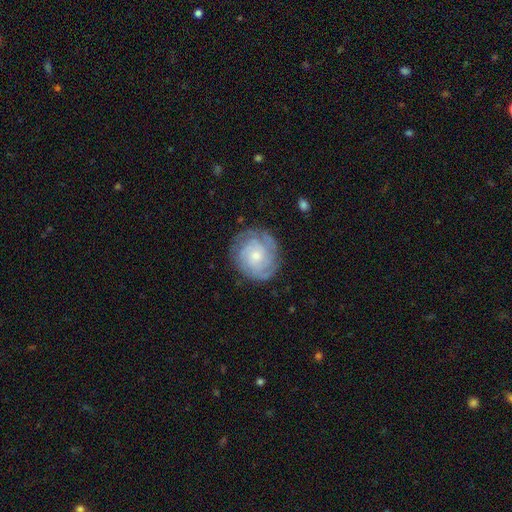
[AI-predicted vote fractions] Smooth or featured?
  - featured or disk: 79% *
  - smooth: 15%
  - star or artifact: 6%
Edge-on disk?
  - no: 98% *
  - yes: 2%
Bar?
  - no: 76% *
  - weak: 21%
  - strong: 3%
Spiral arms?
  - yes: 95% *
  - no: 5%
Spiral winding?
  - tight: 75% *
  - medium: 21%
  - loose: 4%
Spiral arm count?
  - can't tell: 31% *
  - 3: 26%
  - 2: 16%
  - 4: 15%
  - more than 4: 6%
  - 1: 6%
Bulge size?
  - small: 57% *
  - moderate: 38%
  - large: 3%
  - none: 2%
  - dominant: 1%
Merging?
  - none: 80% *
  - minor disturbance: 14%
  - major disturbance: 5%
  - merger: 1%